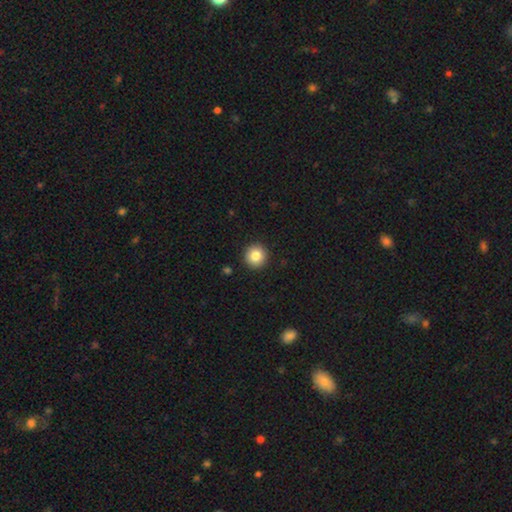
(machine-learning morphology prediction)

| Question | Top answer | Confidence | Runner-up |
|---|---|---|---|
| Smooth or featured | smooth | 83% | star or artifact (9%) |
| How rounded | round | 95% | in between (4%) |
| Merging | none | 92% | minor disturbance (5%) |